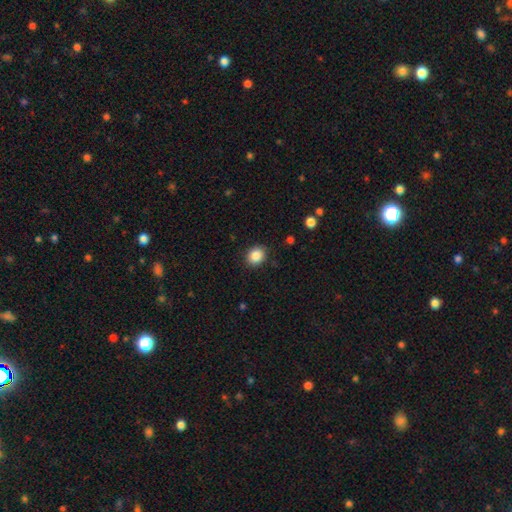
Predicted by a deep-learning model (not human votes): Q: Smooth or featured?
A: smooth (87%); runner-up: star or artifact (9%)
Q: How rounded?
A: round (62%); runner-up: in between (37%)
Q: Merging?
A: none (88%); runner-up: minor disturbance (8%)